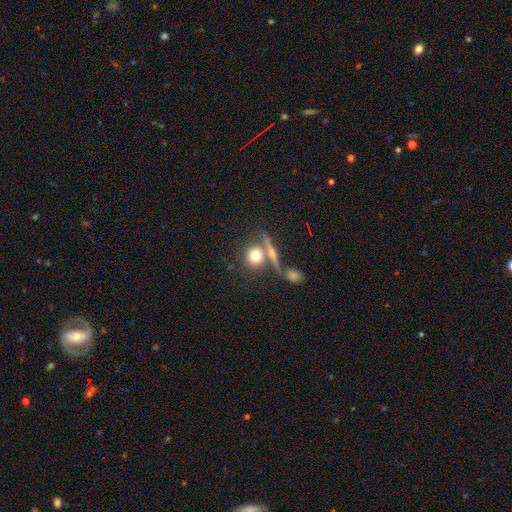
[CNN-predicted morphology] Smooth or featured?
  - smooth: 71% *
  - featured or disk: 18%
  - star or artifact: 10%
How rounded?
  - round: 76% *
  - in between: 20%
  - cigar-shaped: 5%
Merging?
  - none: 56% *
  - merger: 29%
  - minor disturbance: 10%
  - major disturbance: 5%